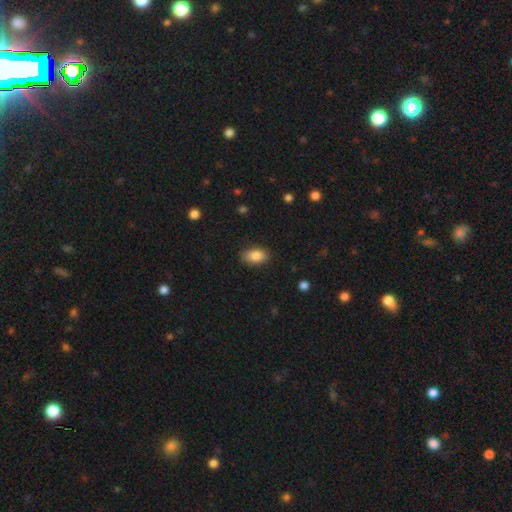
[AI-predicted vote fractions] This appears to be a smooth galaxy with no disk features (86%) that is in between round and cigar-shaped (89%). Merging: none (86%).